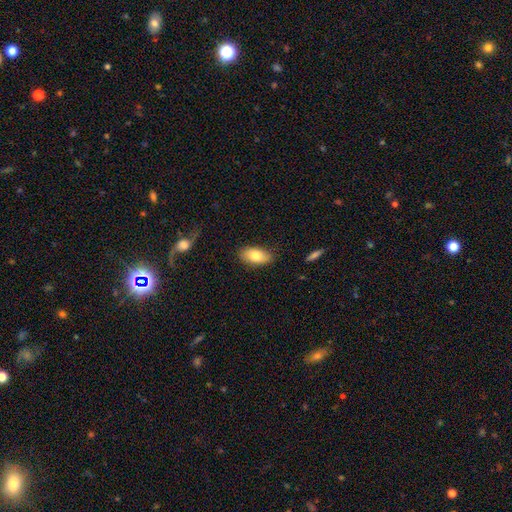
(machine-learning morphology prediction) Overall: smooth (79%). How rounded: in between (92%). Merging: none (82%).